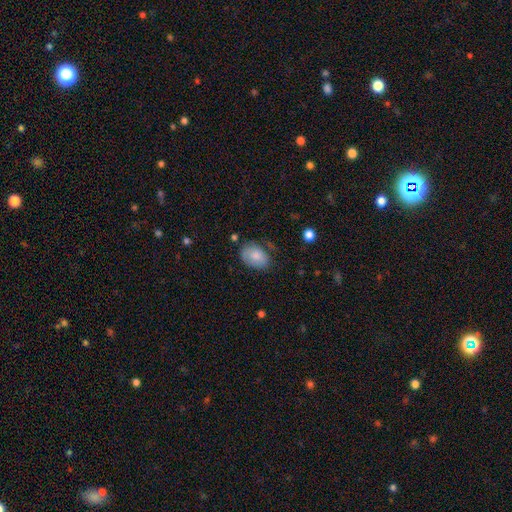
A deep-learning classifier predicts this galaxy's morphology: Q: Smooth or featured?
A: smooth (75%); runner-up: featured or disk (18%)
Q: How rounded?
A: in between (79%); runner-up: round (20%)
Q: Merging?
A: none (65%); runner-up: minor disturbance (25%)